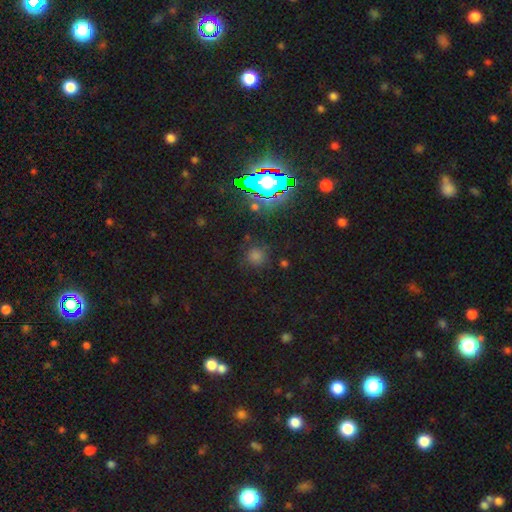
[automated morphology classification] Overall: smooth (55%; star or artifact 37%). How rounded: round (92%). Merging: none (85%).